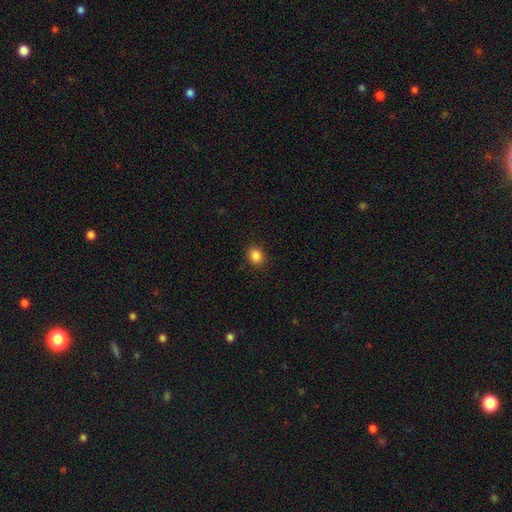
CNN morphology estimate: A smooth galaxy with no disk features (86%) that is round (60%). Merging: none (90%).